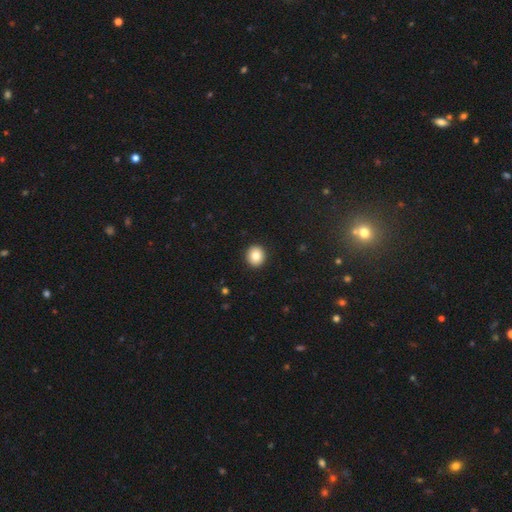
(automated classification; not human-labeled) smooth_or_featured: smooth (p=0.83) [alt: star or artifact p=0.09]
how_rounded: round (p=0.85) [alt: in between p=0.14]
merging: none (p=0.93) [alt: minor disturbance p=0.05]